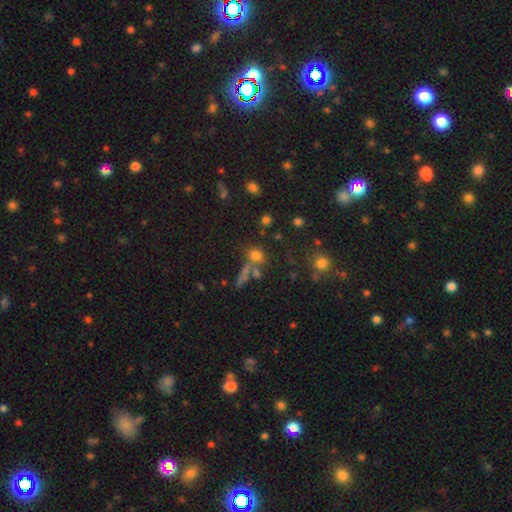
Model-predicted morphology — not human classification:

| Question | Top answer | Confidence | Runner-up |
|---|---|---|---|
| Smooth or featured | smooth | 68% | star or artifact (20%) |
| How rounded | round | 57% | in between (36%) |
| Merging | none | 58% | merger (25%) |